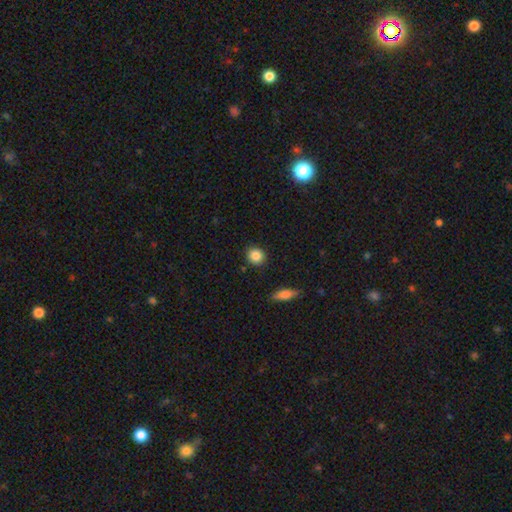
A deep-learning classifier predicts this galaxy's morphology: Overall: smooth (86%). How rounded: round (84%). Merging: none (90%).